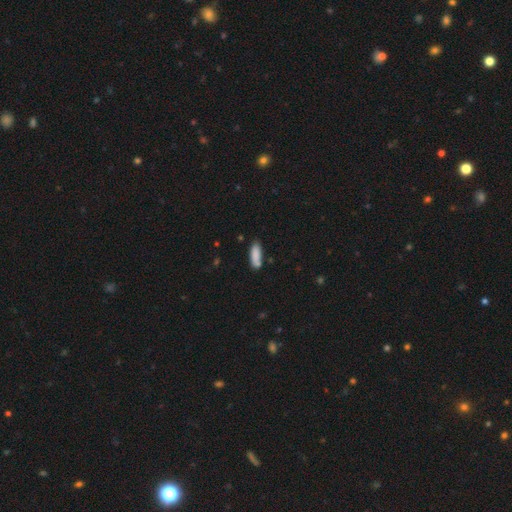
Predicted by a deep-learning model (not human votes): This is clearly a smooth galaxy (87%). How rounded: possibly in between (59%). Merging: likely none (73%).